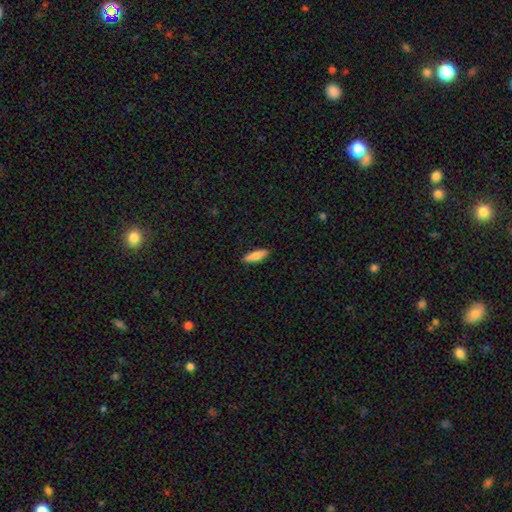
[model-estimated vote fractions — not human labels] Smooth or featured? Predicted: smooth (p=0.81). How rounded? Predicted: cigar-shaped (p=0.56). Merging? Predicted: none (p=0.90).